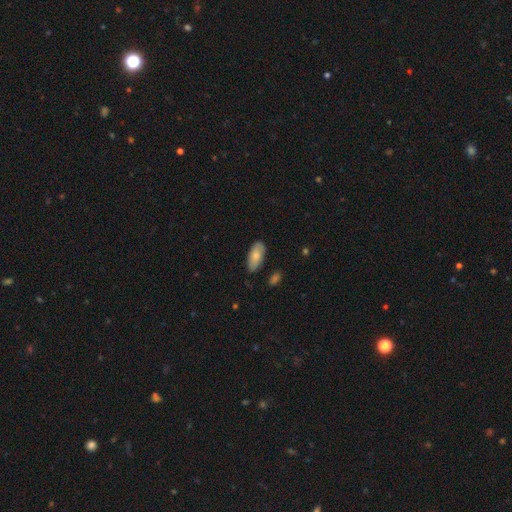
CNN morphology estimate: smooth_or_featured: smooth (p=0.78) [alt: featured or disk p=0.16]
how_rounded: in between (p=0.91) [alt: cigar-shaped p=0.07]
merging: none (p=0.80) [alt: minor disturbance p=0.16]